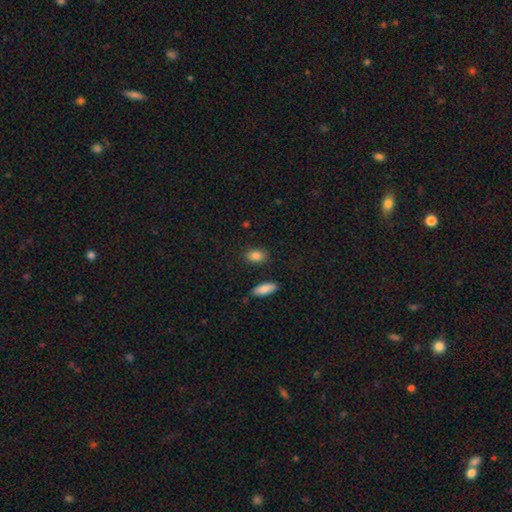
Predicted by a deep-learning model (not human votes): Smooth or featured? Predicted: smooth (p=0.86). How rounded? Predicted: in between (p=0.84). Merging? Predicted: none (p=0.84).